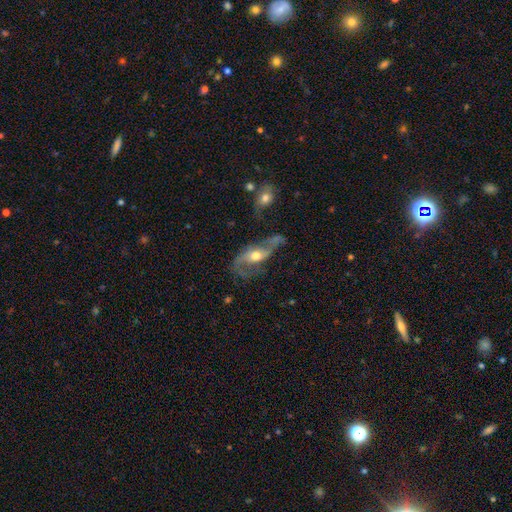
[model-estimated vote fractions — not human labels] Morphology: type=featured or disk (72%); edge-on=no (85%); bar=no (53%); spiral arms=yes (78%); bulge=moderate (69%); merging=none (38%).